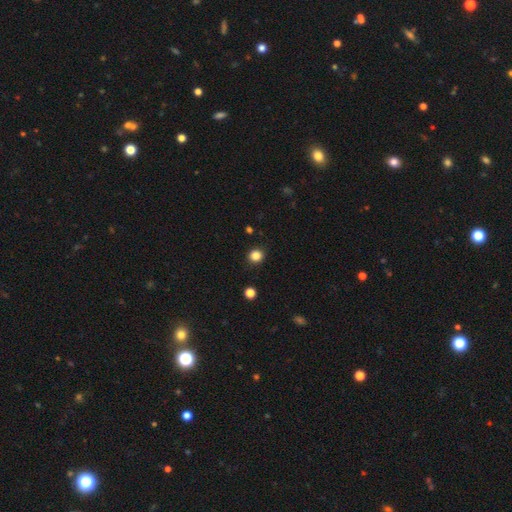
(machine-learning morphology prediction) Smooth or featured?
  - smooth: 84% *
  - star or artifact: 12%
  - featured or disk: 3%
How rounded?
  - round: 87% *
  - in between: 12%
  - cigar-shaped: 1%
Merging?
  - none: 91% *
  - minor disturbance: 6%
  - major disturbance: 2%
  - merger: 1%